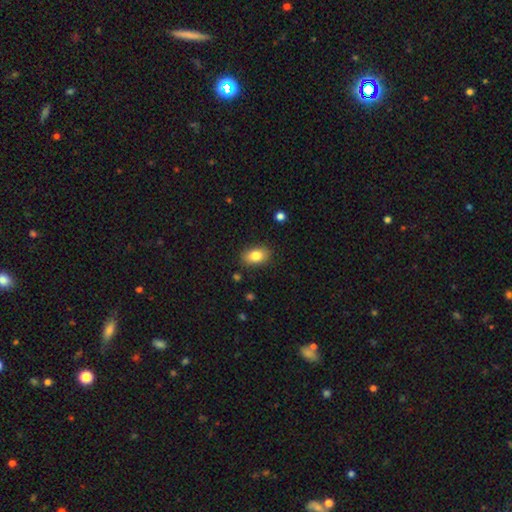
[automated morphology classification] Q: Smooth or featured?
A: smooth (83%); runner-up: featured or disk (9%)
Q: How rounded?
A: in between (86%); runner-up: round (13%)
Q: Merging?
A: none (85%); runner-up: minor disturbance (11%)